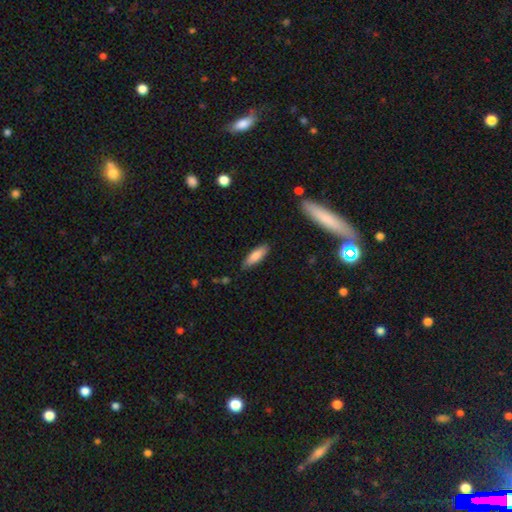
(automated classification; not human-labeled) Overall: smooth (81%). How rounded: cigar-shaped (51%; in between 48%). Merging: none (85%).